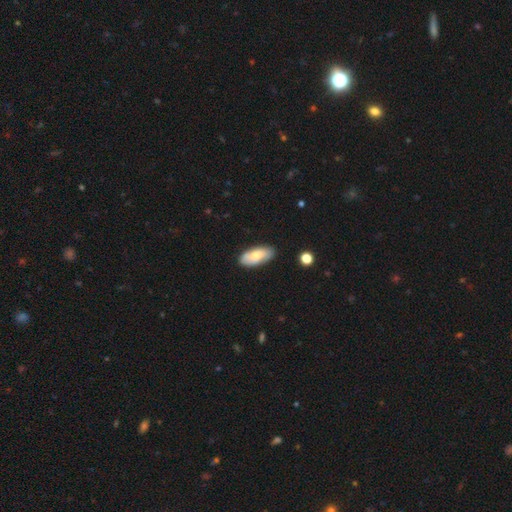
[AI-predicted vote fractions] The model was most divided on "smooth or featured": smooth: 68%, featured or disk: 25%, star or artifact: 6%. More confident: how rounded — in between (88%); merging — none (80%).